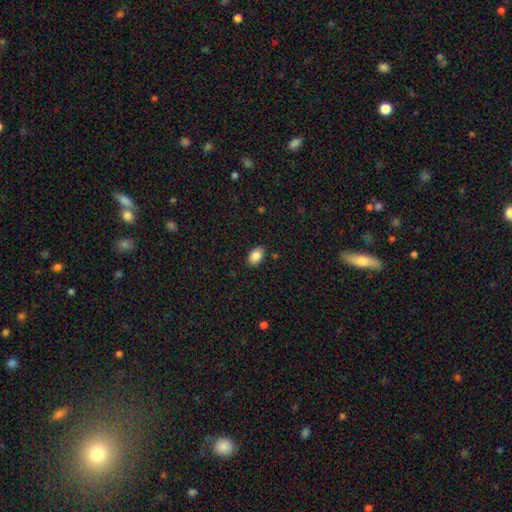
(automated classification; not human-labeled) smooth_or_featured: smooth (p=0.88) [alt: star or artifact p=0.08]
how_rounded: in between (p=0.86) [alt: round p=0.13]
merging: none (p=0.87) [alt: minor disturbance p=0.10]